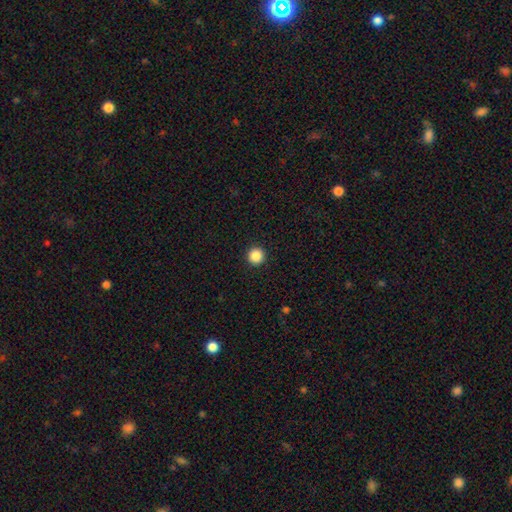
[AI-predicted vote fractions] smooth 87%, star or artifact 10%, featured or disk 3%. Down the decision tree: how rounded — round (96%); merging — none (94%).